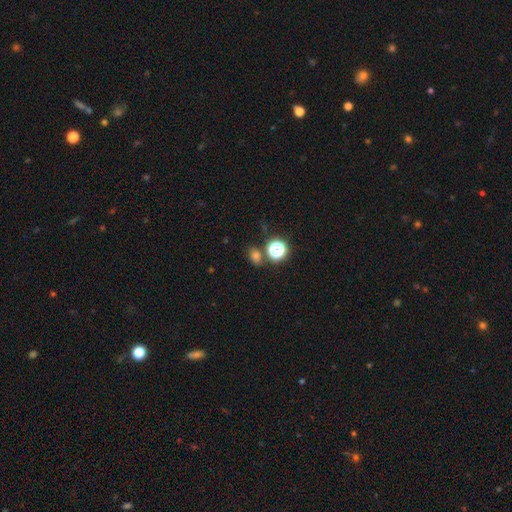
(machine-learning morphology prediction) A smooth galaxy with no disk features (62%) that is round (52%). Merging: none (75%).